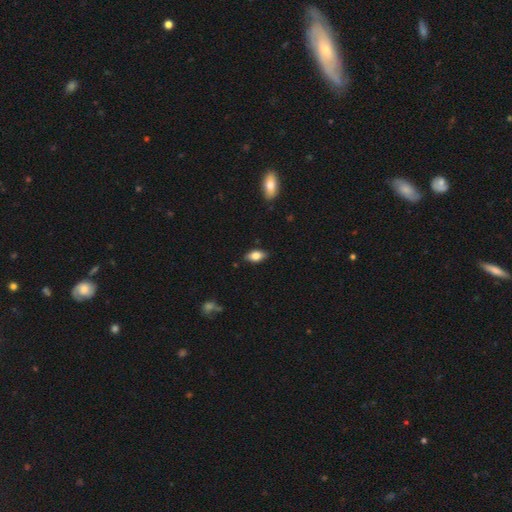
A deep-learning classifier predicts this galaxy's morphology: Q: Smooth or featured?
A: smooth (78%); runner-up: featured or disk (15%)
Q: How rounded?
A: in between (89%); runner-up: cigar-shaped (7%)
Q: Merging?
A: none (85%); runner-up: minor disturbance (12%)